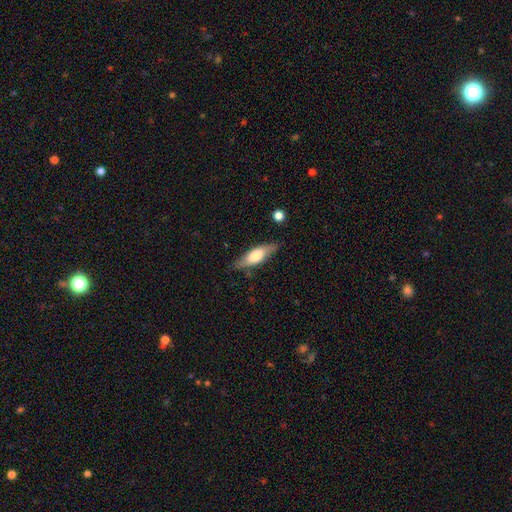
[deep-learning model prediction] Smooth or featured? smooth (59%)
How rounded? in between (52%)
Merging? none (78%)